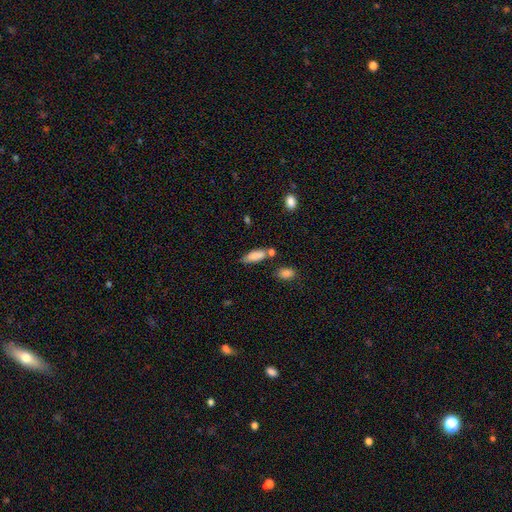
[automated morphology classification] smooth_or_featured: smooth (p=0.84) [alt: featured or disk p=0.09]
how_rounded: in between (p=0.72) [alt: cigar-shaped p=0.26]
merging: none (p=0.57) [alt: minor disturbance p=0.21]